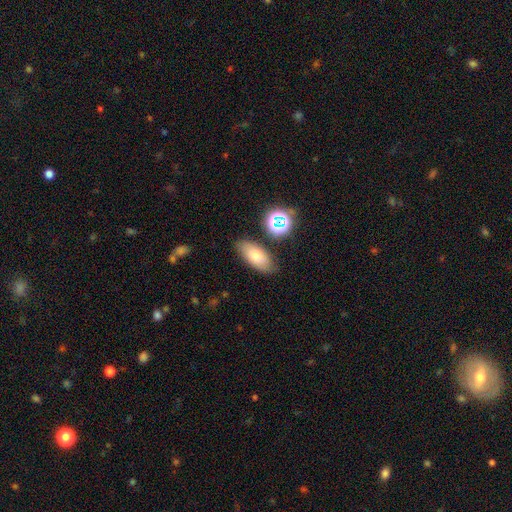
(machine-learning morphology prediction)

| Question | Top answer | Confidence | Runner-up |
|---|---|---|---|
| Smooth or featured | smooth | 66% | featured or disk (20%) |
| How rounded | in between | 85% | cigar-shaped (8%) |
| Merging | none | 79% | minor disturbance (13%) |